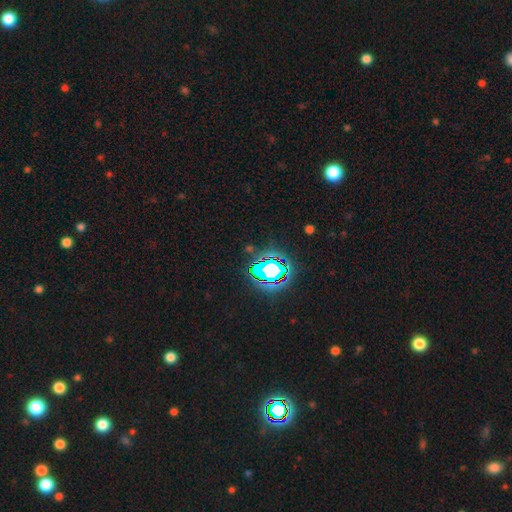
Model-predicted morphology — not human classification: Smooth or featured: star or artifact — 80% (smooth — 12%)